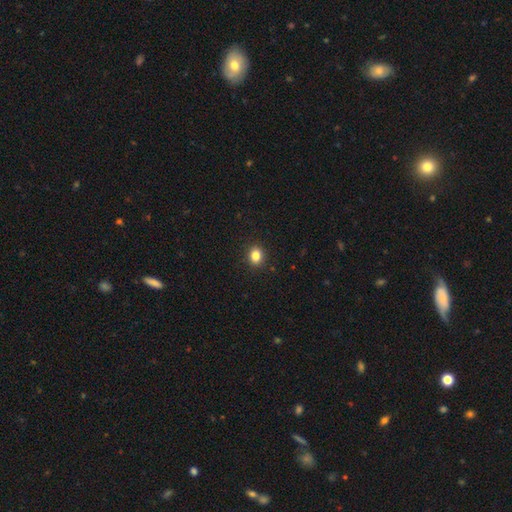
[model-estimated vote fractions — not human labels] Smooth or featured: smooth — 84% (star or artifact — 11%)
How rounded: round — 59% (in between — 40%)
Merging: none — 91% (minor disturbance — 7%)